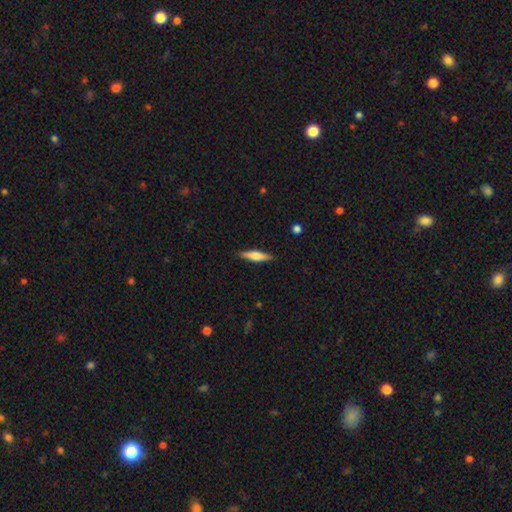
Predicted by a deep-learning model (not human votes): A smooth galaxy with no disk features (53%) that is cigar-shaped (79%). Merging: none (89%).